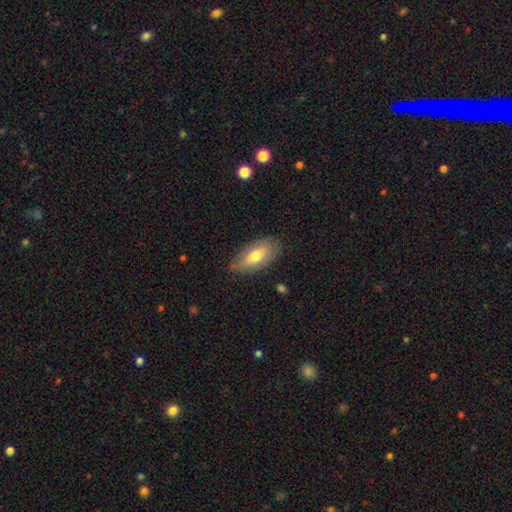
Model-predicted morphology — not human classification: smooth-or-featured: smooth: 68% | featured or disk: 26% | star or artifact: 6%
  how-rounded: in between: 87% | cigar-shaped: 10% | round: 3%
  merging: none: 79% | minor disturbance: 17% | major disturbance: 4% | merger: 1%